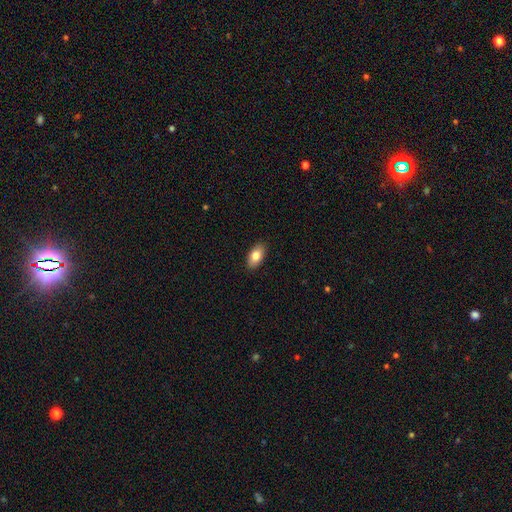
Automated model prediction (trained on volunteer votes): smooth-or-featured: smooth: 81% | featured or disk: 12% | star or artifact: 7%
  how-rounded: in between: 93% | round: 4% | cigar-shaped: 3%
  merging: none: 89% | minor disturbance: 8% | major disturbance: 2% | merger: 1%